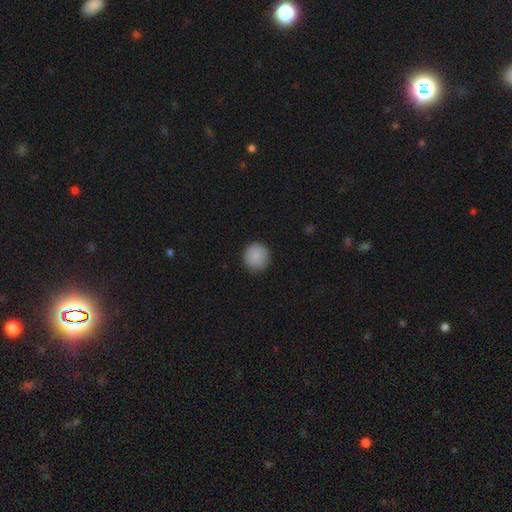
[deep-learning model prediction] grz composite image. It shows a smooth galaxy with no disk features (88%) that is round (92%). Merging: none (89%).